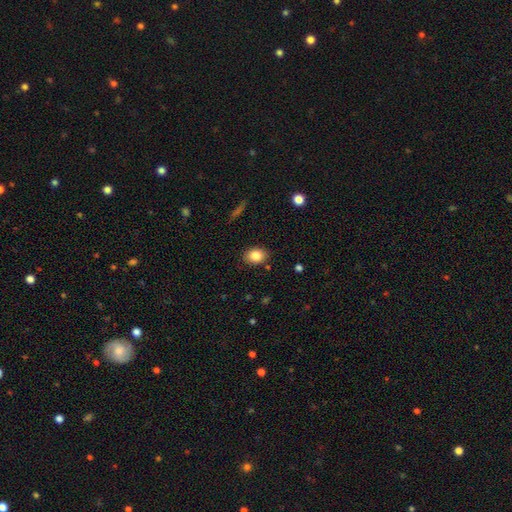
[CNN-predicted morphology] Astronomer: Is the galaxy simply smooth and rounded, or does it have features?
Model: smooth — 83%.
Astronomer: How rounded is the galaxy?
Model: in between — 66%.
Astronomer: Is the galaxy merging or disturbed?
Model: none — 86%.